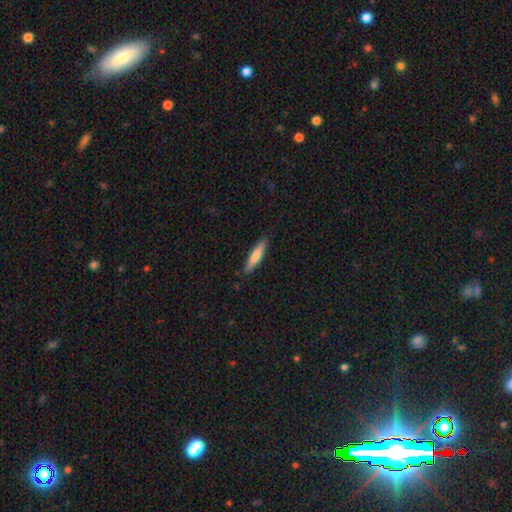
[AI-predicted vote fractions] Morphology: type=smooth (68%); roundness=cigar-shaped (86%); merging=none (87%).